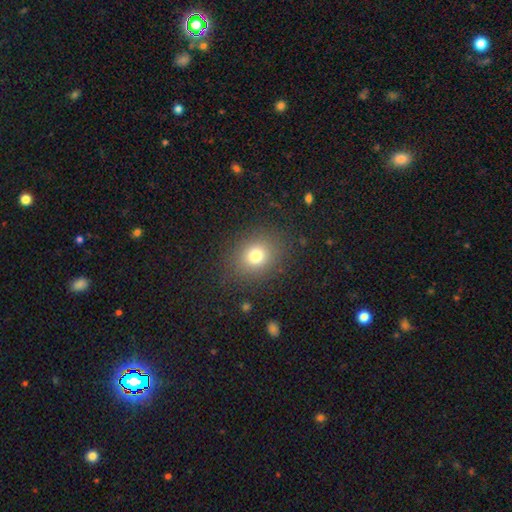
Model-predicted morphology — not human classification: smooth_or_featured: smooth (p=0.76) [alt: star or artifact p=0.14]
how_rounded: round (p=0.63) [alt: in between p=0.36]
merging: none (p=0.86) [alt: minor disturbance p=0.09]